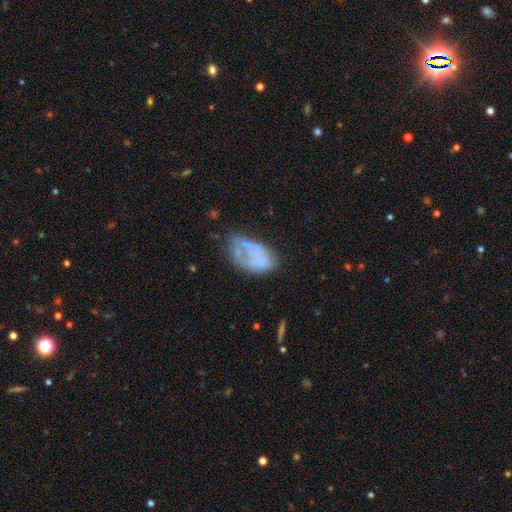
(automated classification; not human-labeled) The model was most divided on "smooth or featured": smooth: 47%, featured or disk: 43%, star or artifact: 10%. Remaining: merging — none (38%).